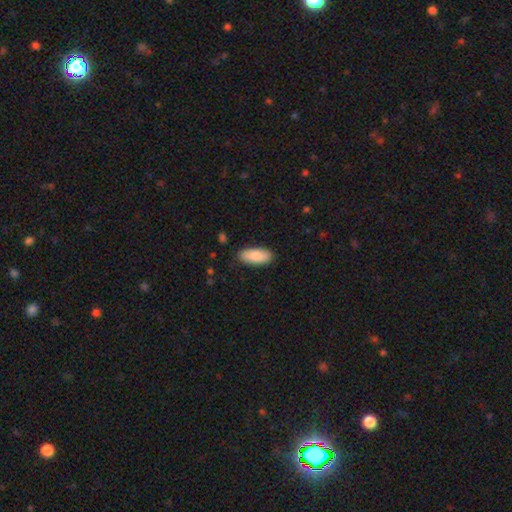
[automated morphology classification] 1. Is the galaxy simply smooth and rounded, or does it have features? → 89% smooth, 6% featured or disk, 5% star or artifact.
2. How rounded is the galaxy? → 84% in between, 14% cigar-shaped, 2% round.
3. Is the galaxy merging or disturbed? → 86% none, 10% minor disturbance, 2% major disturbance, 1% merger.